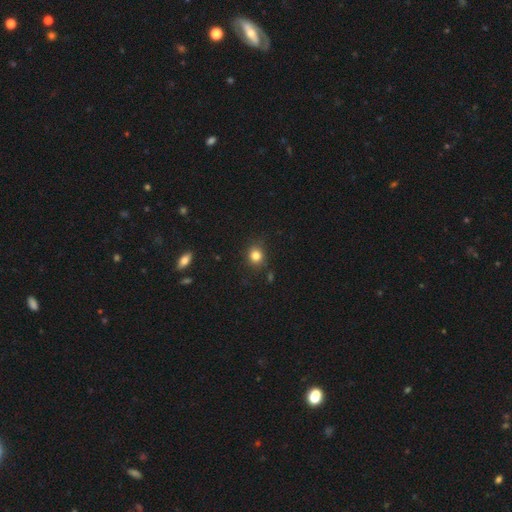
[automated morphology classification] Q: Smooth or featured?
A: smooth (82%); runner-up: star or artifact (12%)
Q: How rounded?
A: round (81%); runner-up: in between (18%)
Q: Merging?
A: none (84%); runner-up: minor disturbance (11%)